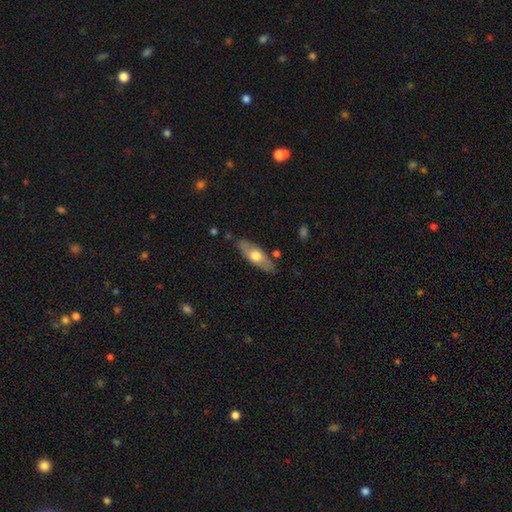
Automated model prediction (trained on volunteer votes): Smooth or featured? Predicted: smooth (p=0.53). How rounded? Predicted: in between (p=0.62). Merging? Predicted: none (p=0.81).